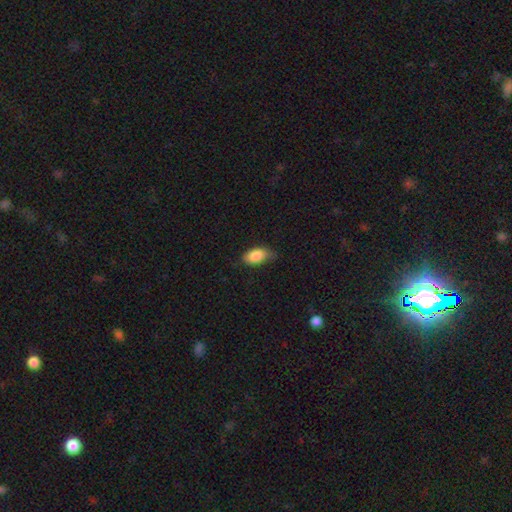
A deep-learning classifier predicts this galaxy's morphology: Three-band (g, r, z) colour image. It shows a smooth galaxy with no disk features (87%) that is in between round and cigar-shaped (92%). Merging: none (62%).